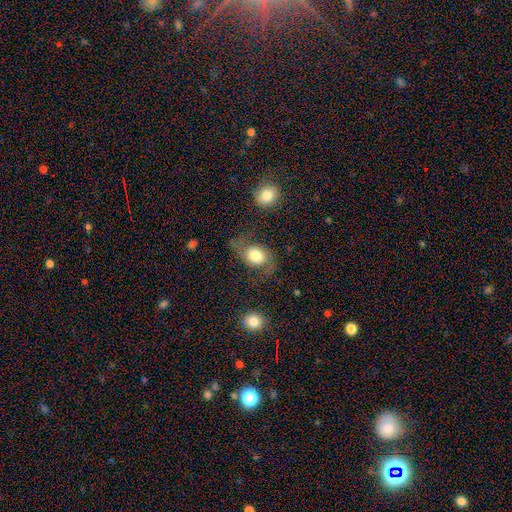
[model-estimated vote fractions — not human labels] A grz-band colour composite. It shows a smooth galaxy with no disk features (46%). Merging: none (58%).